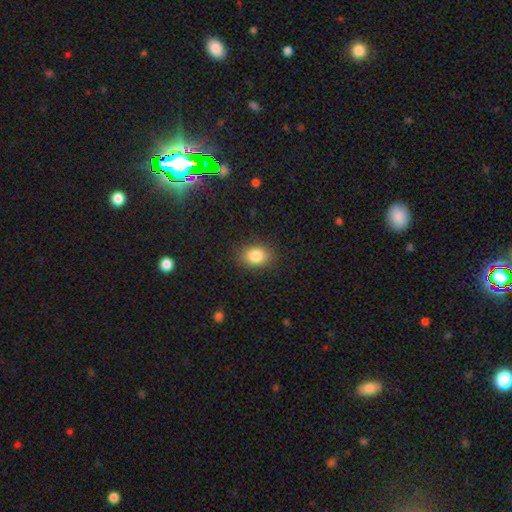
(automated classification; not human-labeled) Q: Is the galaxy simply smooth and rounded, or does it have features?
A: smooth — 85%.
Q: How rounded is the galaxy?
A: in between — 59%.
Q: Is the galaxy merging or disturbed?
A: none — 86%.